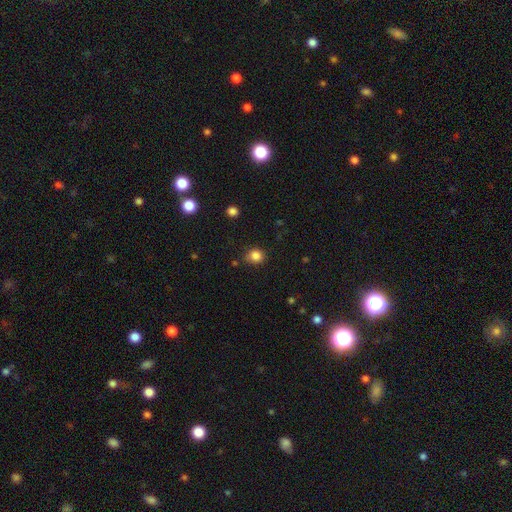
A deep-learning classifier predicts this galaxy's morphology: The model was most divided on "how rounded": round: 79%, in between: 20%, cigar-shaped: 1%. More confident: smooth or featured — smooth (84%); merging — none (79%).